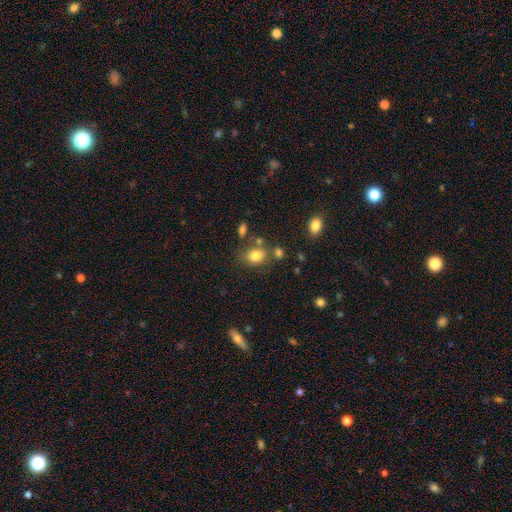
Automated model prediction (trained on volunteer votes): smooth 81%, star or artifact 11%, featured or disk 8%. Down the decision tree: how rounded — in between (60%); merging — none (66%).